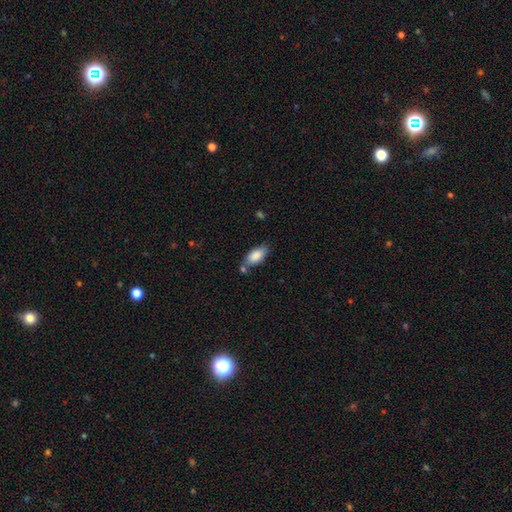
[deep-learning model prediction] Smooth or featured?
  - smooth: 86% *
  - featured or disk: 7%
  - star or artifact: 7%
How rounded?
  - in between: 90% *
  - cigar-shaped: 8%
  - round: 3%
Merging?
  - none: 62% *
  - minor disturbance: 18%
  - merger: 15%
  - major disturbance: 4%